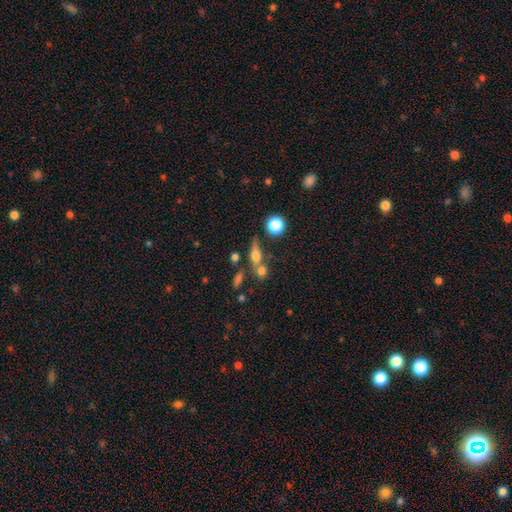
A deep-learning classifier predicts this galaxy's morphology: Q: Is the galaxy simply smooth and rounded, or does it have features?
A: smooth — 51%.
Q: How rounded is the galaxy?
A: in between — 40%.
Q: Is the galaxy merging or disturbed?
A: none — 53%.